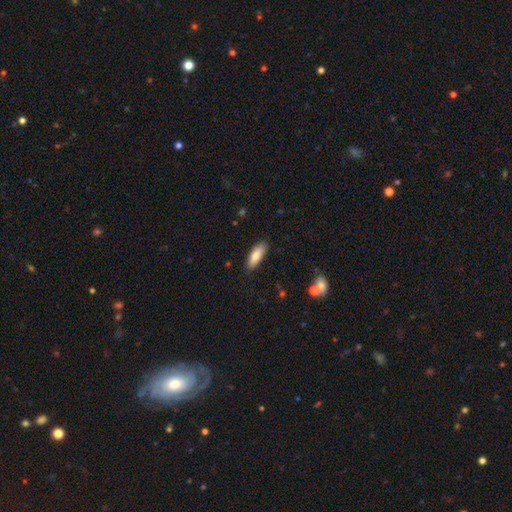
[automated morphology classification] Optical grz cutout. It shows a smooth galaxy with no disk features (81%) that is in between round and cigar-shaped (63%). Merging: none (86%).